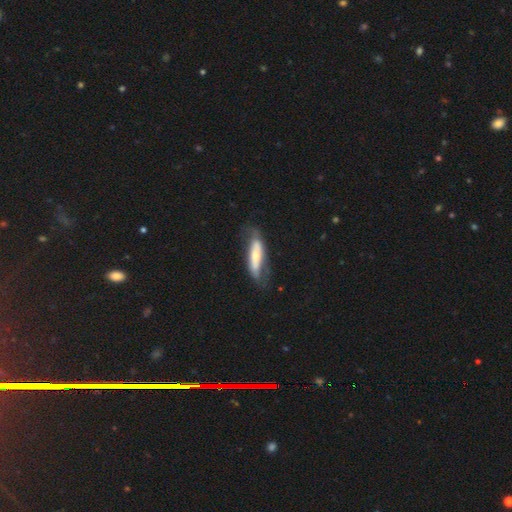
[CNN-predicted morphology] This is possibly a featured or disk galaxy (48%). Merging: possibly none (55%).